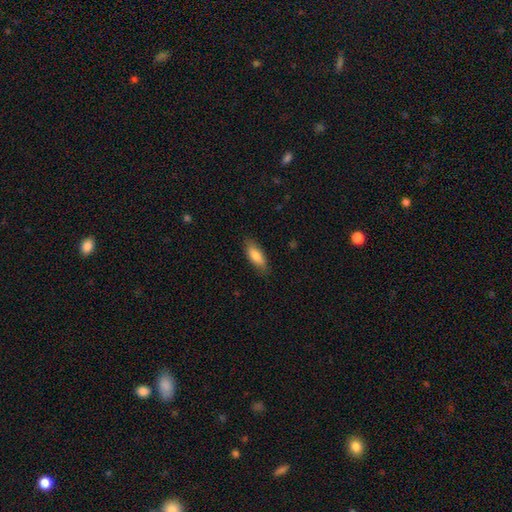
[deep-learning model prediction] smooth 81%, featured or disk 12%, star or artifact 6%. Down the decision tree: how rounded — in between (72%); merging — none (83%).